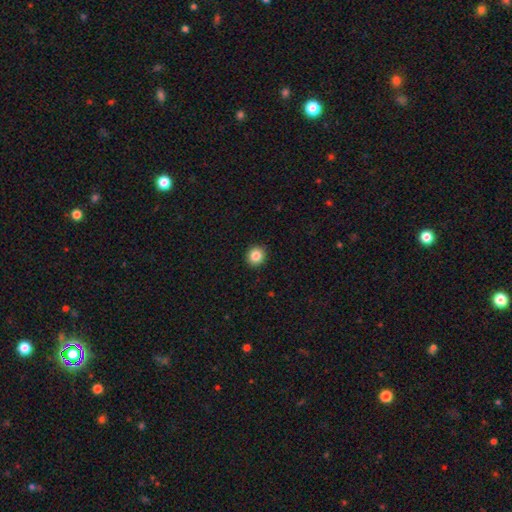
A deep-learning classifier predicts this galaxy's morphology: This is clearly a smooth galaxy (85%). How rounded: clearly round (89%). Merging: clearly none (93%).